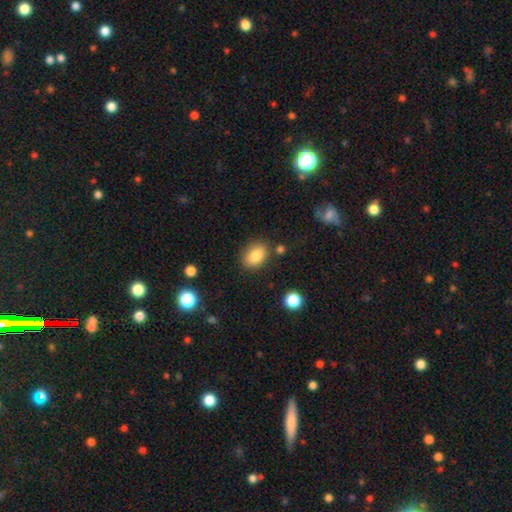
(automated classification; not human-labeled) A smooth galaxy with no disk features (84%) that is in between round and cigar-shaped (69%).

Vote fractions:
- Smooth or featured? smooth: 84% / star or artifact: 9% / featured or disk: 7%
- How rounded? in between: 69% / round: 30% / cigar-shaped: 1%
- Merging? none: 80% / minor disturbance: 13% / merger: 4% / major disturbance: 3%